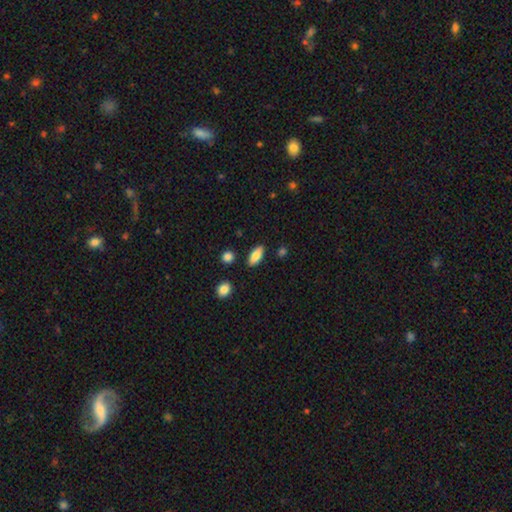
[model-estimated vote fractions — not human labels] smooth-or-featured: smooth: 82% | featured or disk: 11% | star or artifact: 7%
  how-rounded: in between: 80% | cigar-shaped: 17% | round: 3%
  merging: none: 86% | minor disturbance: 9% | merger: 3% | major disturbance: 2%